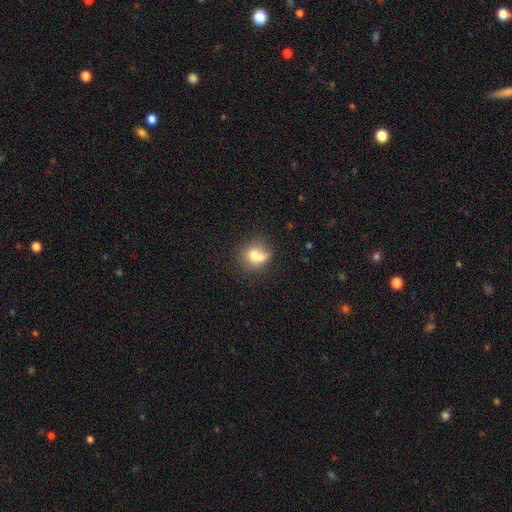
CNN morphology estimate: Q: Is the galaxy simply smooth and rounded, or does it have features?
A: smooth — 68%.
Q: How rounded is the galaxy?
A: round — 66%.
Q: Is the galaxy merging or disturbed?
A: merger — 44%.